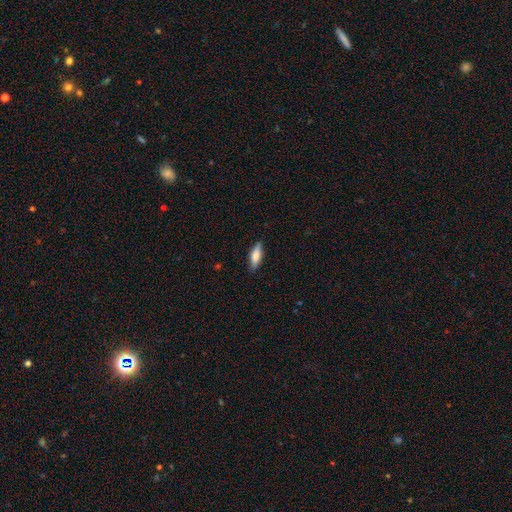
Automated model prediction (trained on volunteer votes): A smooth galaxy with no disk features (73%) that is in between round and cigar-shaped (57%). Merging: none (87%).